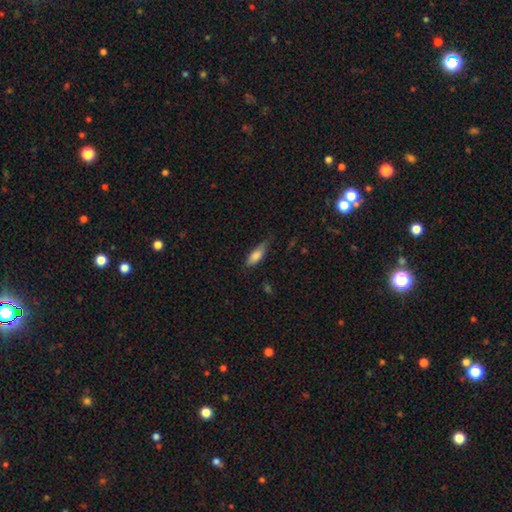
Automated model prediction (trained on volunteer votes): A smooth galaxy with no disk features (77%) that is in between round and cigar-shaped (67%). Merging: none (62%).